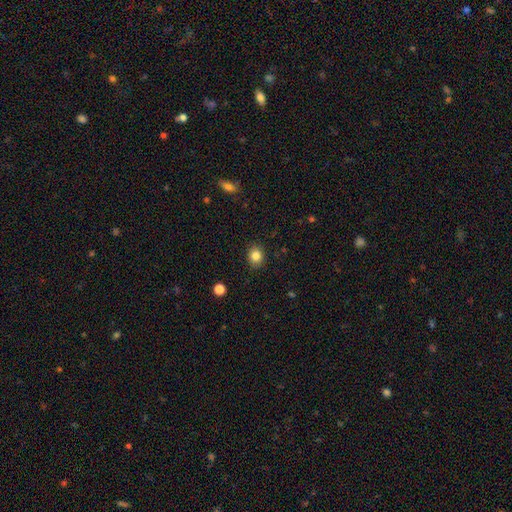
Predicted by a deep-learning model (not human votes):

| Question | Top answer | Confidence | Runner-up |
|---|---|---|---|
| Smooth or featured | smooth | 84% | star or artifact (11%) |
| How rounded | round | 66% | in between (33%) |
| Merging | none | 89% | minor disturbance (8%) |